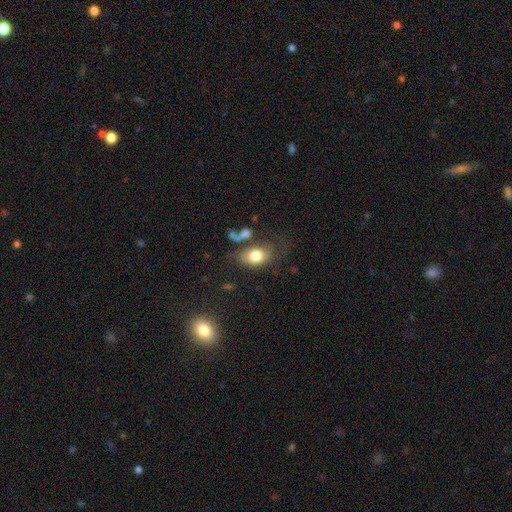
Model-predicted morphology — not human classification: Smooth or featured?
  - smooth: 75% *
  - featured or disk: 16%
  - star or artifact: 9%
How rounded?
  - in between: 80% *
  - round: 19%
  - cigar-shaped: 2%
Merging?
  - none: 51% *
  - minor disturbance: 22%
  - major disturbance: 15%
  - merger: 12%